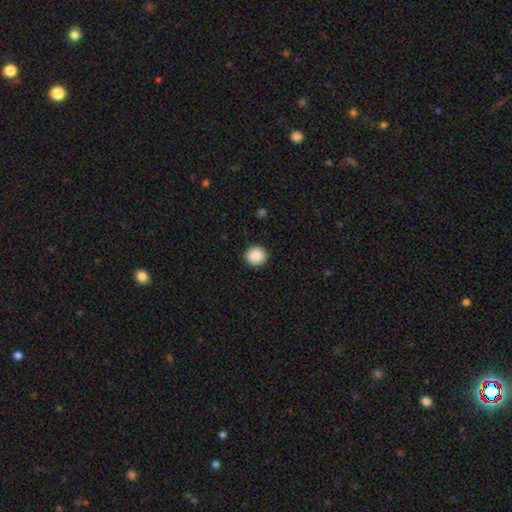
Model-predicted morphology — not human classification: This is clearly a smooth galaxy (89%). How rounded: clearly round (93%). Merging: clearly none (92%).